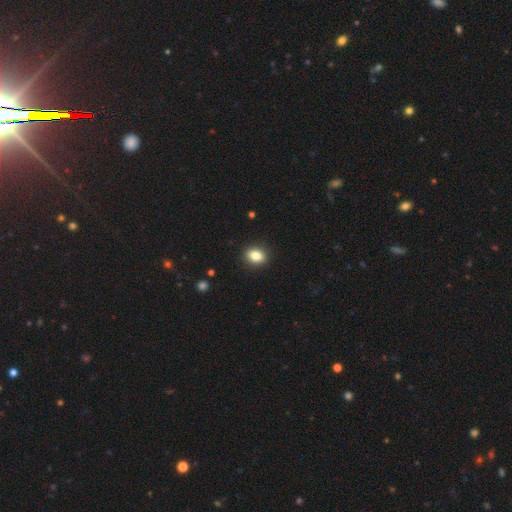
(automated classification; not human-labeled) smooth 84%, star or artifact 9%, featured or disk 6%. Down the decision tree: how rounded — in between (60%); merging — none (90%).